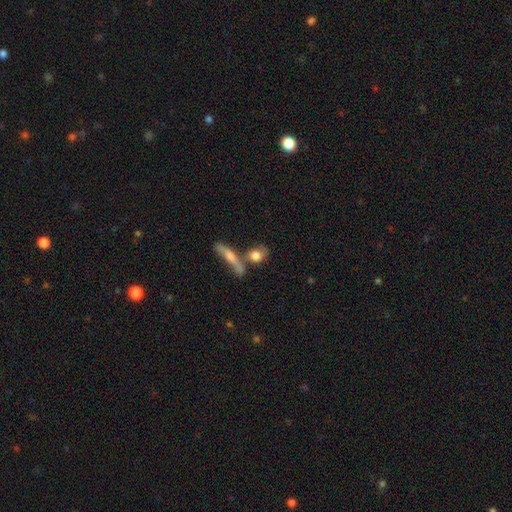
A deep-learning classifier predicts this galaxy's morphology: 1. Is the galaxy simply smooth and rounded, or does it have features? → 66% smooth, 26% featured or disk, 8% star or artifact.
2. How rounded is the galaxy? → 42% in between, 40% round, 19% cigar-shaped.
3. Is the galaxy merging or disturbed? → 47% none, 32% merger, 14% minor disturbance, 7% major disturbance.